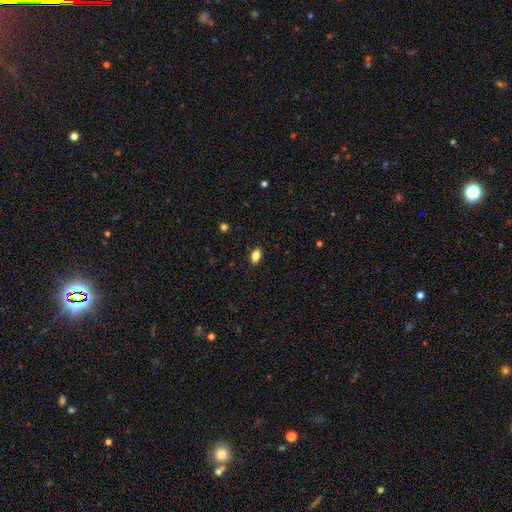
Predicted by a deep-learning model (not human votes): A smooth galaxy with no disk features (83%) that is in between round and cigar-shaped (88%).

Vote fractions:
- Smooth or featured? smooth: 83% / star or artifact: 9% / featured or disk: 8%
- How rounded? in between: 88% / round: 7% / cigar-shaped: 4%
- Merging? none: 89% / minor disturbance: 8% / major disturbance: 2% / merger: 1%